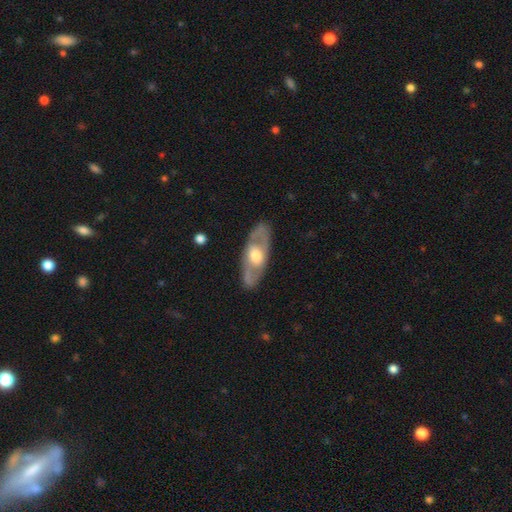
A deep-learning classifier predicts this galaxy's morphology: Smooth or featured? featured or disk (66%)
Edge-on disk? no (79%)
Bar? no (67%)
Spiral arms? yes (51%)
Bulge size? moderate (61%)
Merging? none (84%)